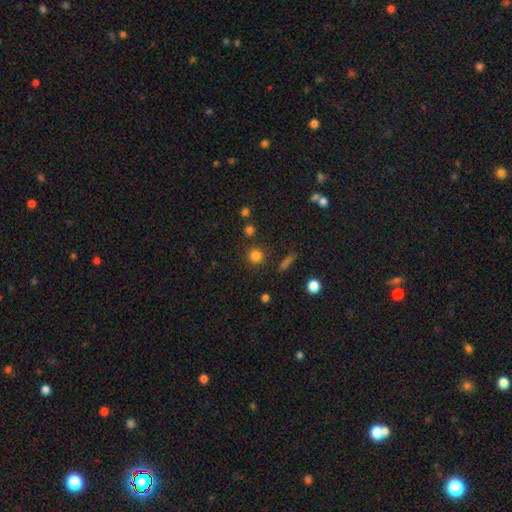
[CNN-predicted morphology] smooth-or-featured: smooth: 81% | star or artifact: 14% | featured or disk: 5%
  how-rounded: round: 91% | in between: 7% | cigar-shaped: 1%
  merging: none: 84% | minor disturbance: 8% | merger: 5% | major disturbance: 3%